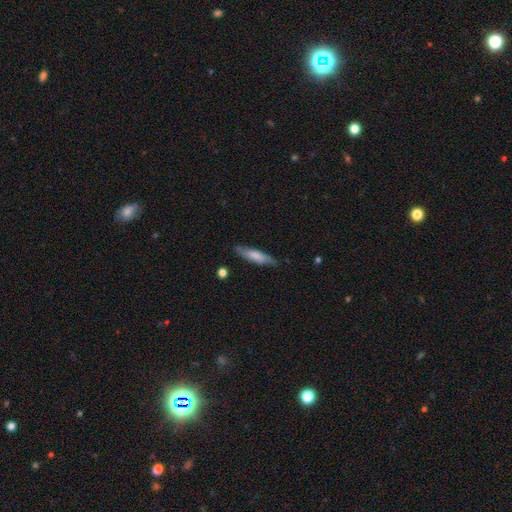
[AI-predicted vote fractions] A smooth galaxy with no disk features (70%) that is cigar-shaped (75%). Merging: none (81%).